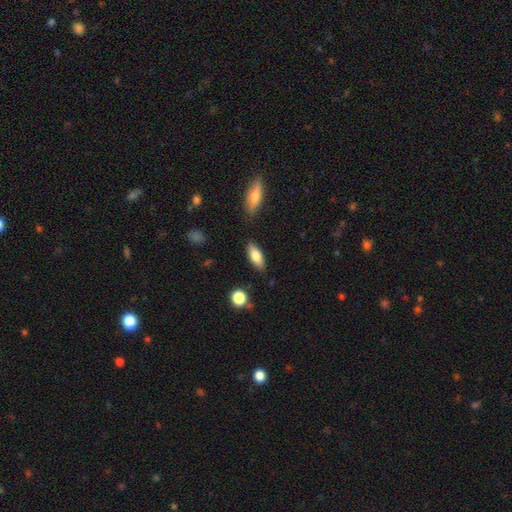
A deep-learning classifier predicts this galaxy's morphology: smooth_or_featured: smooth (p=0.79) [alt: featured or disk p=0.15]
how_rounded: in between (p=0.75) [alt: cigar-shaped p=0.23]
merging: none (p=0.84) [alt: minor disturbance p=0.11]